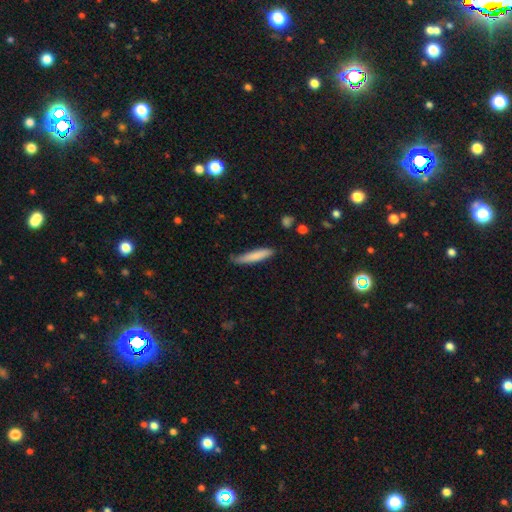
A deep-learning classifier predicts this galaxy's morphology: Q: Smooth or featured?
A: smooth (80%); runner-up: featured or disk (14%)
Q: How rounded?
A: cigar-shaped (88%); runner-up: in between (10%)
Q: Merging?
A: none (71%); runner-up: minor disturbance (23%)